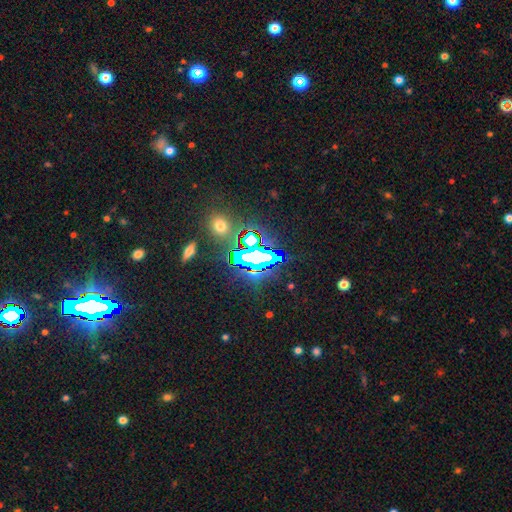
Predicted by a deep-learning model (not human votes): This appears to be a star or artifact, not a galaxy (72%).